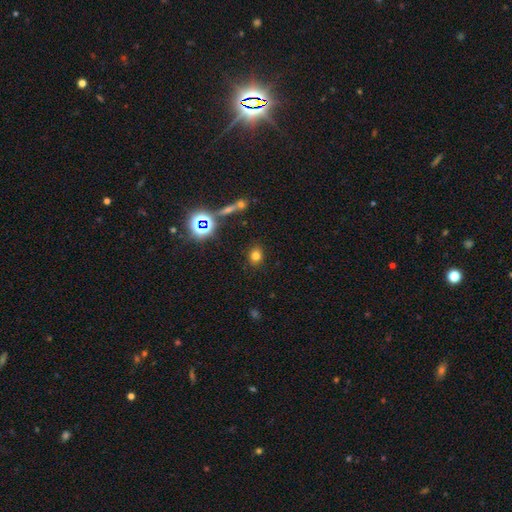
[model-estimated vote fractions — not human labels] Smooth or featured? smooth (73%)
How rounded? round (65%)
Merging? none (86%)